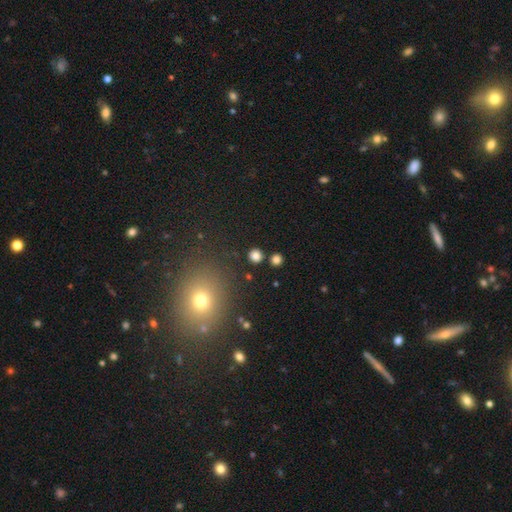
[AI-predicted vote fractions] Smooth or featured: smooth — 81% (star or artifact — 15%)
How rounded: round — 89% (in between — 10%)
Merging: none — 87% (minor disturbance — 6%)